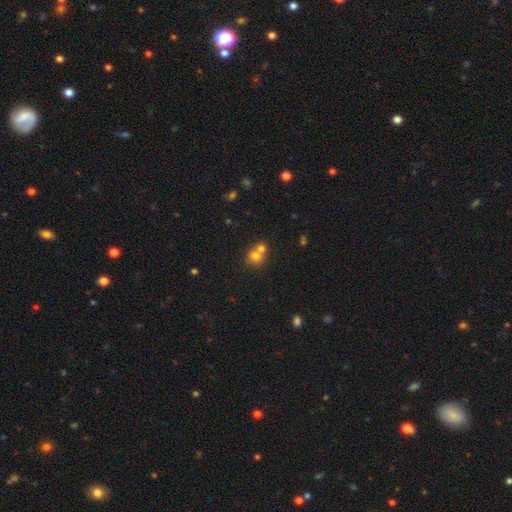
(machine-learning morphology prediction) This appears to be a smooth galaxy with no disk features (73%) that is round (77%). Merging: merger (57%).